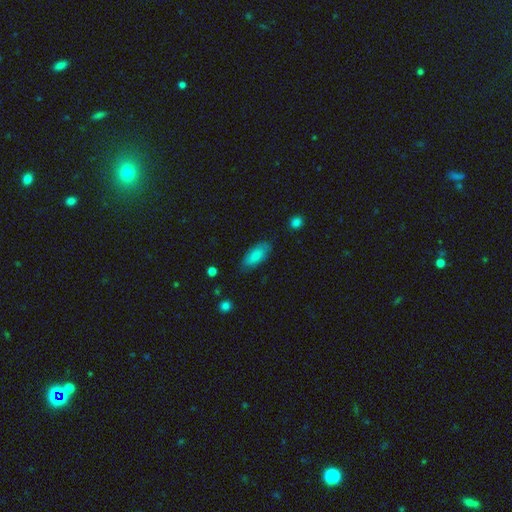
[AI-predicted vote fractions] This is clearly a smooth galaxy (83%). How rounded: clearly in between (84%). Merging: clearly none (81%).